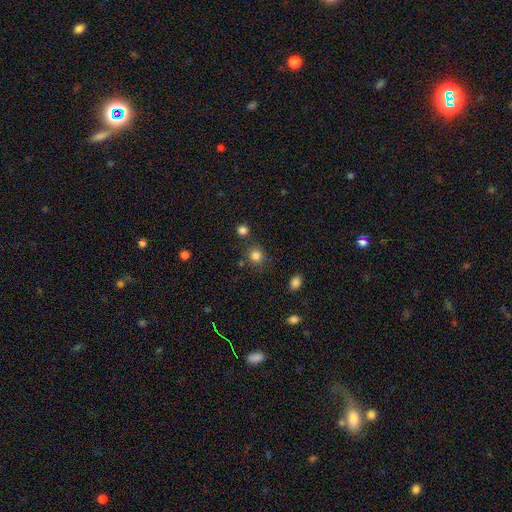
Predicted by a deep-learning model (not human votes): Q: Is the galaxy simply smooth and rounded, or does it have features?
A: smooth — 80%.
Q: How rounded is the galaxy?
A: round — 85%.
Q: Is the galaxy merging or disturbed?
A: none — 78%.